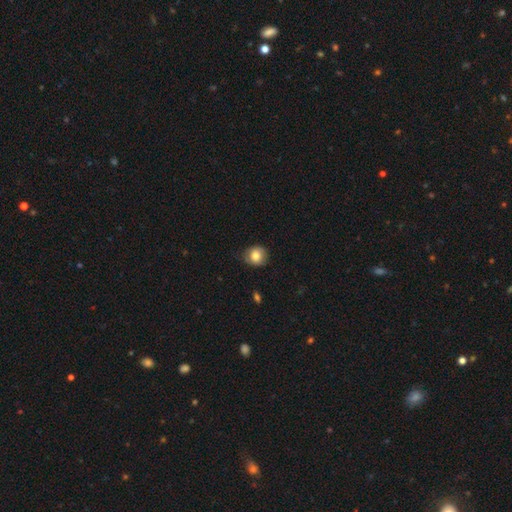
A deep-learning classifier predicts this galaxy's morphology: A smooth galaxy with no disk features (79%) that is round (80%). Merging: none (74%).